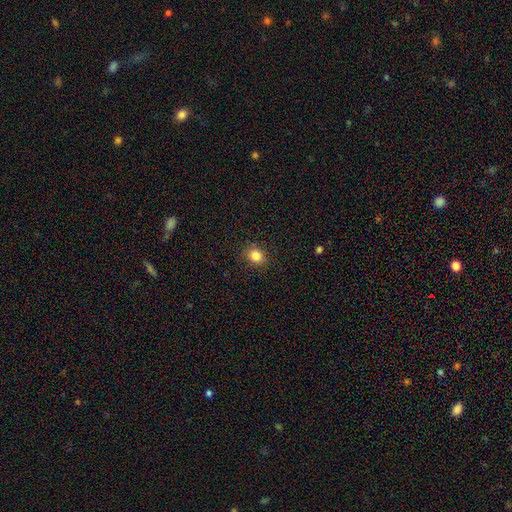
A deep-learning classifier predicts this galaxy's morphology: type=smooth (84%); roundness=round (69%); merging=none (88%).